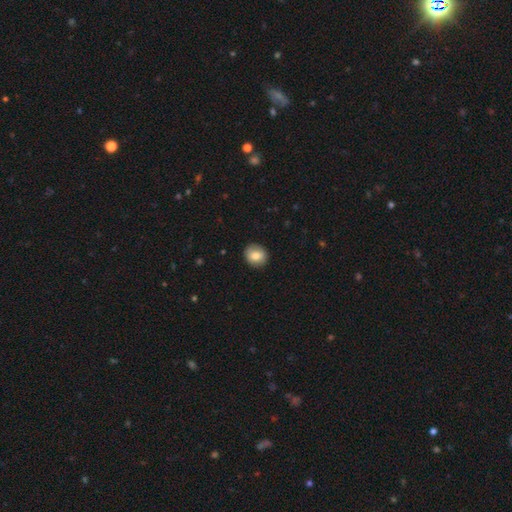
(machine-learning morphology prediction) Overall: smooth (78%). How rounded: round (77%). Merging: none (87%).